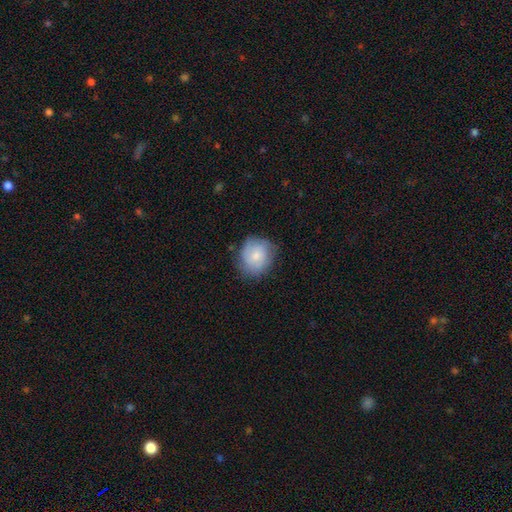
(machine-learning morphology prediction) Smooth or featured?
  - smooth: 70% *
  - featured or disk: 23%
  - star or artifact: 7%
How rounded?
  - round: 77% *
  - in between: 22%
  - cigar-shaped: 1%
Merging?
  - none: 69% *
  - minor disturbance: 23%
  - major disturbance: 6%
  - merger: 1%